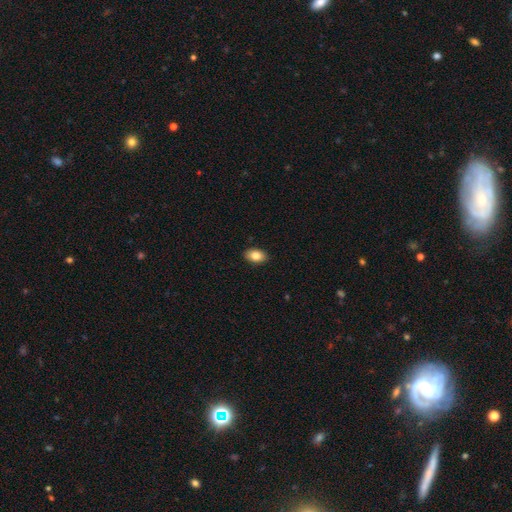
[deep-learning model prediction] The model was most divided on "smooth or featured": smooth: 84%, featured or disk: 9%, star or artifact: 8%. More confident: merging — none (90%); how rounded — in between (88%).